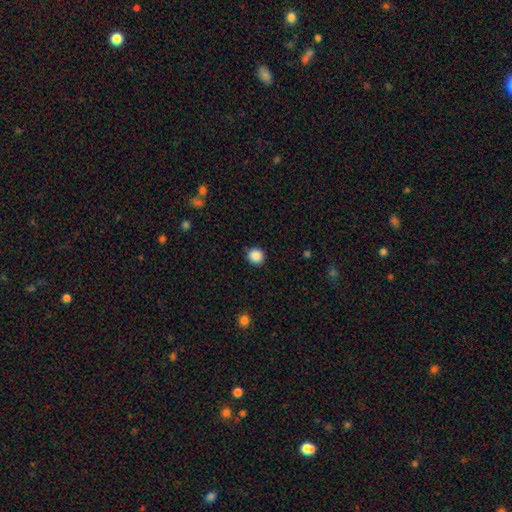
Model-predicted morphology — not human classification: Smooth or featured? Predicted: smooth (p=0.88). How rounded? Predicted: round (p=0.92). Merging? Predicted: none (p=0.87).